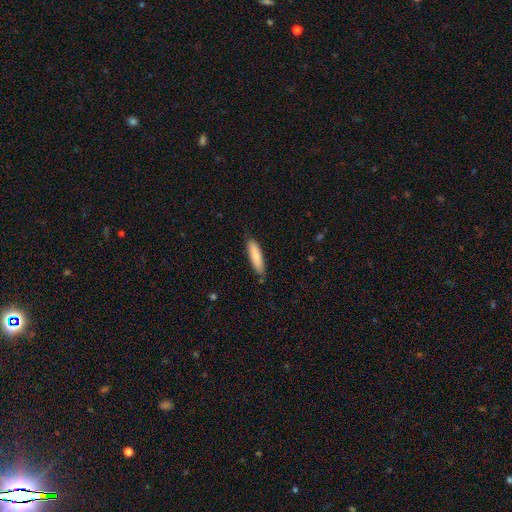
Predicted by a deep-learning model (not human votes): A smooth galaxy with no disk features (80%) that is cigar-shaped (67%). Merging: none (84%).